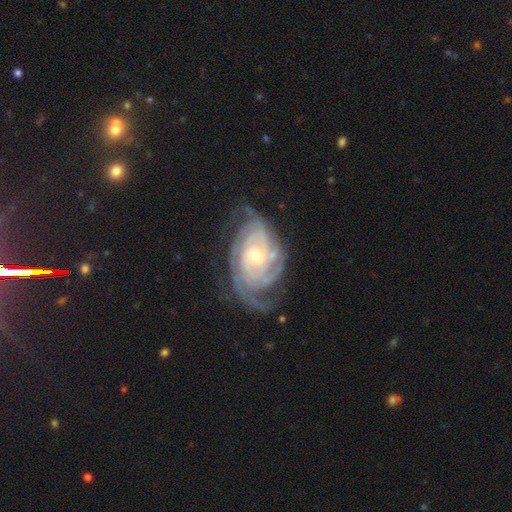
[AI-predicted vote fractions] The model was most divided on "spiral arm count": can't tell: 27%, 4: 23%, 3: 20%, 2: 14%, more than 4: 10%, 1: 7%. More confident: spiral arms — yes (98%); edge-on disk — no (97%); smooth or featured — featured or disk (90%); spiral winding — tight (71%); bar — no (68%); merging — none (67%); bulge size — small (62%).